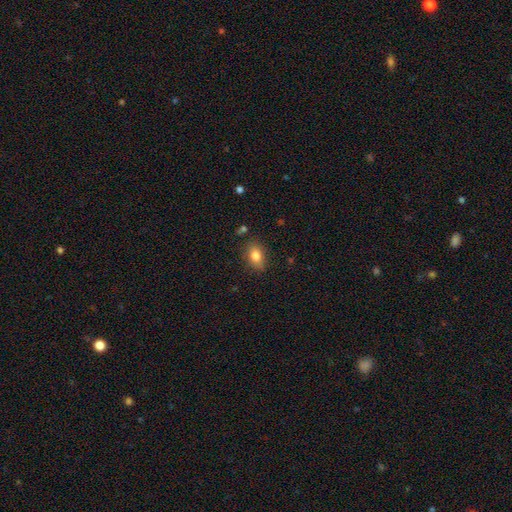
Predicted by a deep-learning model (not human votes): The model was most divided on "how rounded": in between: 81%, round: 17%, cigar-shaped: 2%. More confident: merging — none (83%); smooth or featured — smooth (82%).